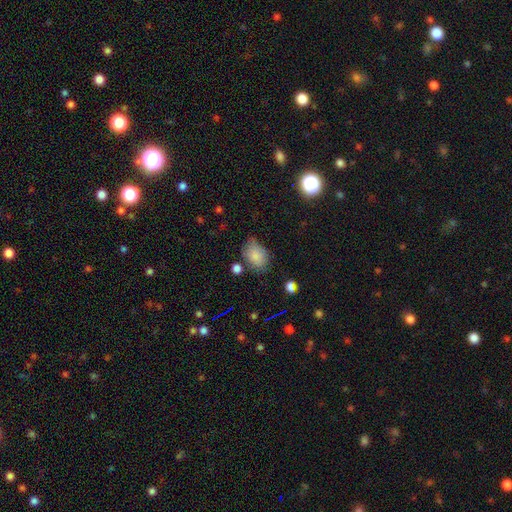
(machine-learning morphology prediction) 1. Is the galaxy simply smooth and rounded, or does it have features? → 82% smooth, 10% star or artifact, 8% featured or disk.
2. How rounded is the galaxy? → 78% in between, 21% round, 1% cigar-shaped.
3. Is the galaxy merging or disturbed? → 59% none, 28% minor disturbance, 8% major disturbance, 5% merger.